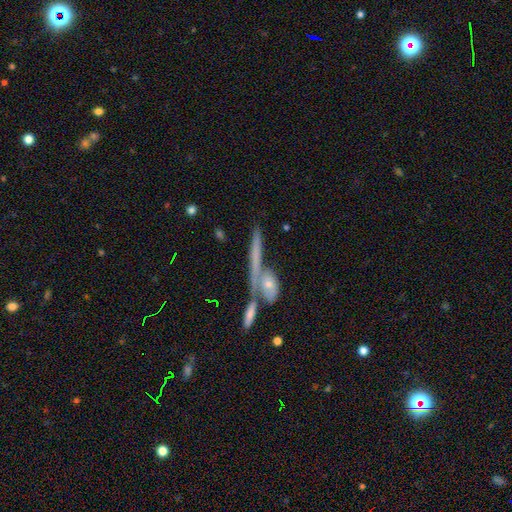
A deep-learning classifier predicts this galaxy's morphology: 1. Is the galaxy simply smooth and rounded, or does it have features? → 53% featured or disk, 38% smooth, 9% star or artifact.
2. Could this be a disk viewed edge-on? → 71% yes, 29% no.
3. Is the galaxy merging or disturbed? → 44% none, 35% merger, 12% minor disturbance, 8% major disturbance.